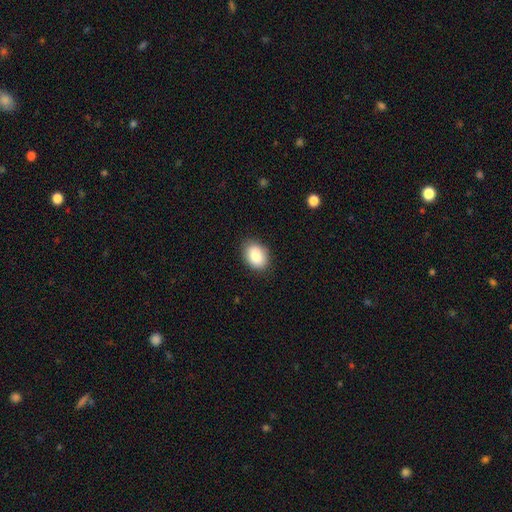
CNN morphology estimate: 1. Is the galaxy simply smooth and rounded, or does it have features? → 88% smooth, 7% star or artifact, 5% featured or disk.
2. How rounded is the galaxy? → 81% in between, 18% round, 1% cigar-shaped.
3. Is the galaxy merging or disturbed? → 85% none, 11% minor disturbance, 2% major disturbance, 1% merger.